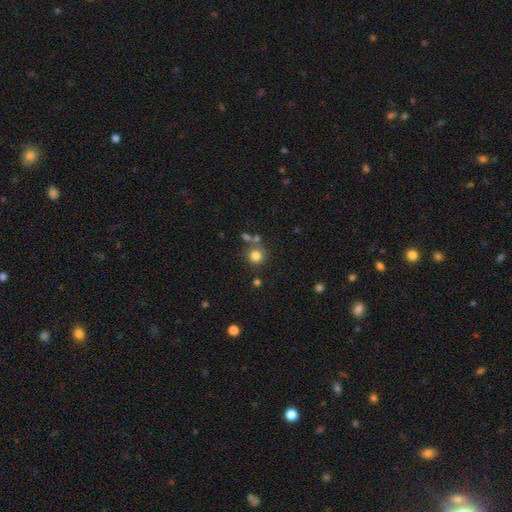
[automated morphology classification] smooth_or_featured: smooth (p=0.80) [alt: star or artifact p=0.13]
how_rounded: round (p=0.91) [alt: in between p=0.08]
merging: none (p=0.71) [alt: merger p=0.14]